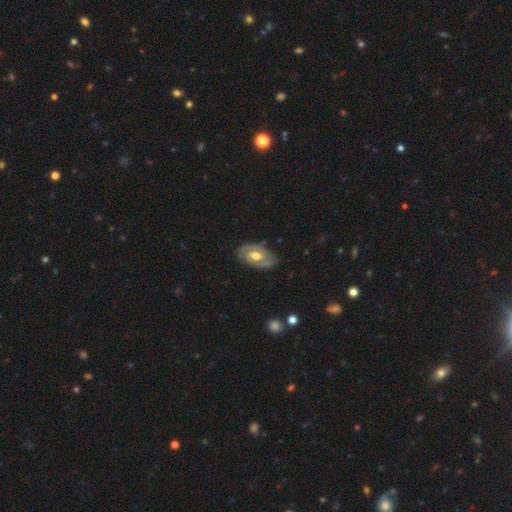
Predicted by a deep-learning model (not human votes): Smooth or featured? featured or disk (81%)
Edge-on disk? no (95%)
Bar? no (45%)
Spiral arms? yes (87%)
Spiral winding? tight (53%)
Spiral arm count? 2 (82%)
Bulge size? moderate (75%)
Merging? none (79%)